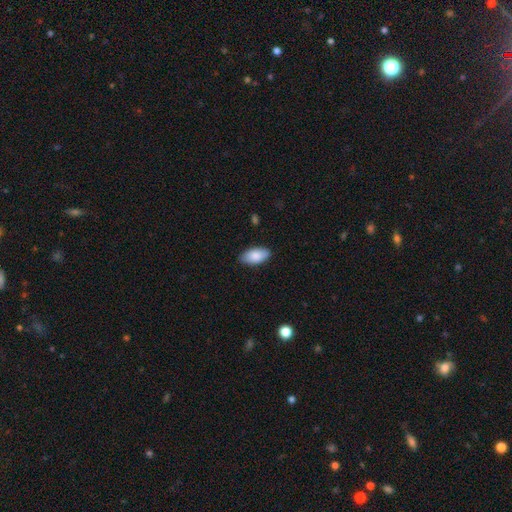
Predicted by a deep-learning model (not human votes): Smooth or featured: smooth — 86% (featured or disk — 8%)
How rounded: in between — 95% (cigar-shaped — 3%)
Merging: none — 85% (minor disturbance — 12%)